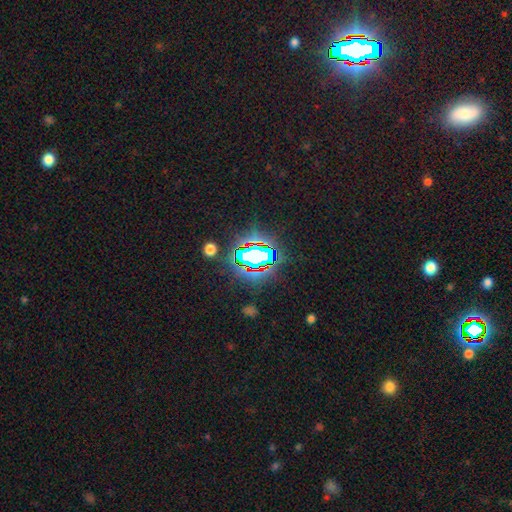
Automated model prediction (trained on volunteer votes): star or artifact 70%, smooth 18%, featured or disk 12%.